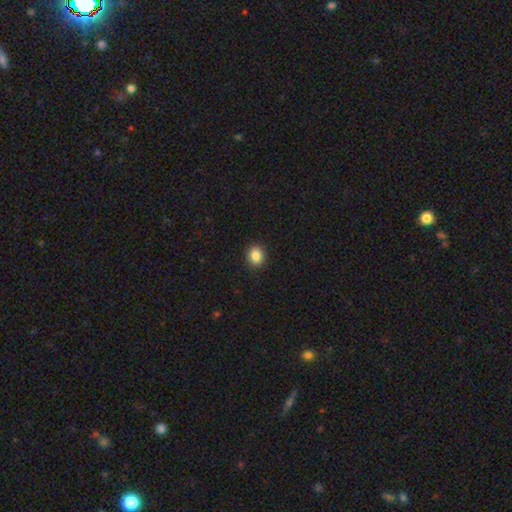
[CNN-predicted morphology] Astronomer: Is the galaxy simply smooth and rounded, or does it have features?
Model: smooth — 86%.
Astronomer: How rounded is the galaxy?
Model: round — 65%.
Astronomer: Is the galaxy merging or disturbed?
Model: none — 91%.